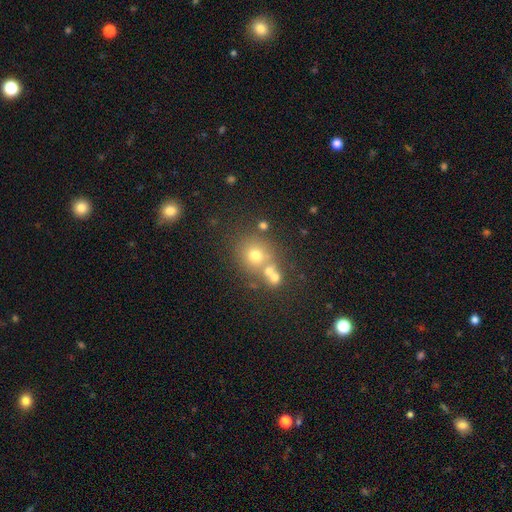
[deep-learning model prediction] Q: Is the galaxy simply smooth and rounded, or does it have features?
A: smooth — 65%.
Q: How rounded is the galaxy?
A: round — 84%.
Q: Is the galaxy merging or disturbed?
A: none — 55%.